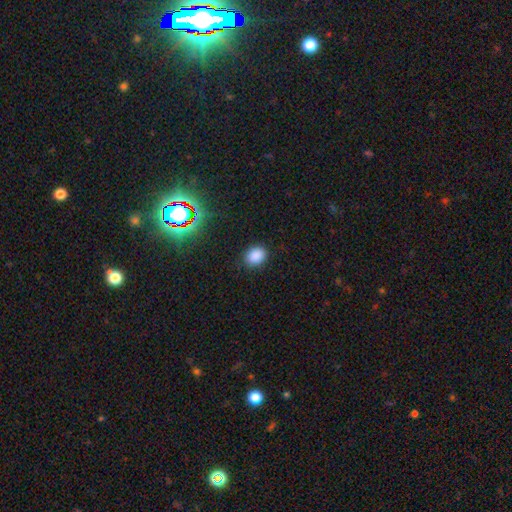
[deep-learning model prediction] A smooth galaxy with no disk features (85%) that is in between round and cigar-shaped (54%). Merging: none (87%).